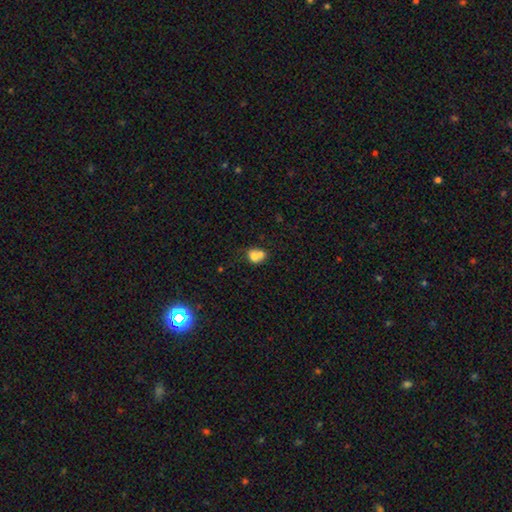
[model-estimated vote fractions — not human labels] Morphology: type=smooth (69%); roundness=round (54%); merging=merger (63%).